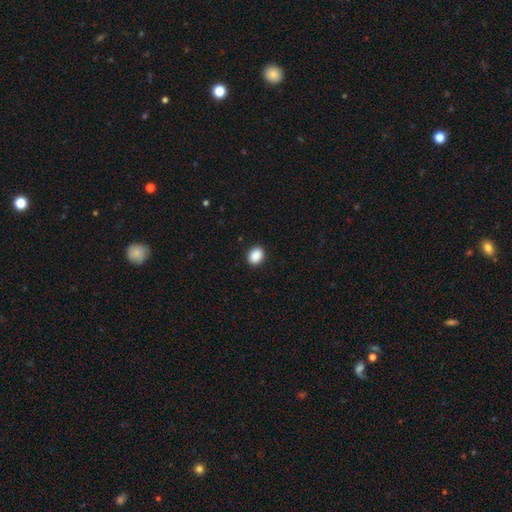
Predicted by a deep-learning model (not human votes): smooth_or_featured: smooth (p=0.90) [alt: star or artifact p=0.08]
how_rounded: in between (p=0.56) [alt: round p=0.43]
merging: none (p=0.91) [alt: minor disturbance p=0.06]